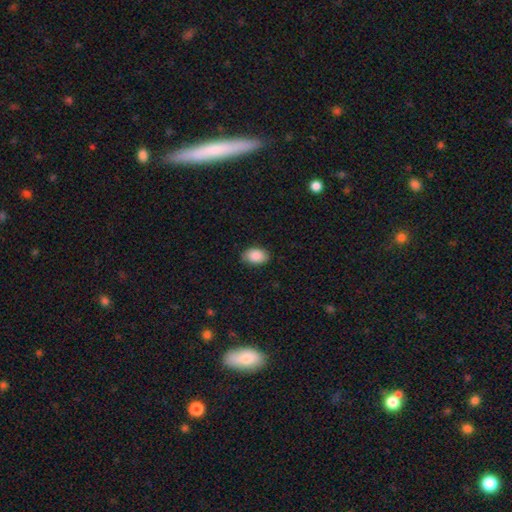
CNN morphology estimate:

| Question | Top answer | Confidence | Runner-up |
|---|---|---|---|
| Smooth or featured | smooth | 89% | star or artifact (7%) |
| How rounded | in between | 88% | round (11%) |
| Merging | none | 84% | minor disturbance (13%) |